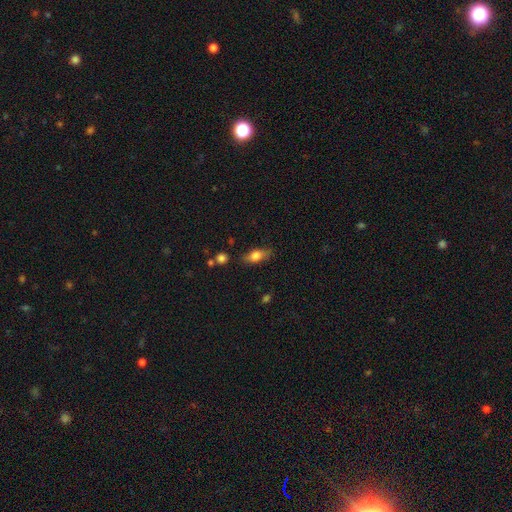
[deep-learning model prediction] This is likely a smooth galaxy (70%). How rounded: likely in between (75%). Merging: likely none (77%).